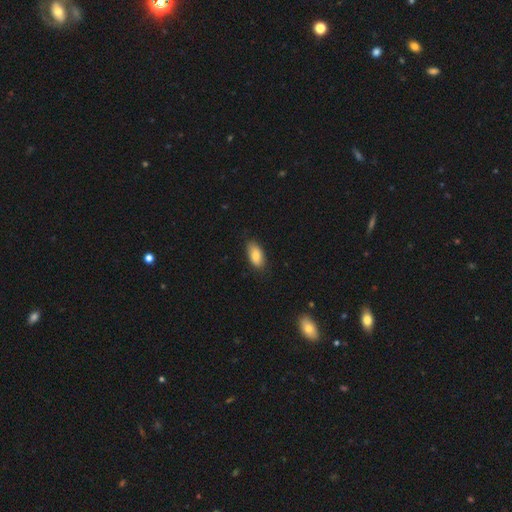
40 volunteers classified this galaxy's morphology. This is clearly a smooth galaxy (85%). How rounded: clearly in between (91%). Merging: likely none (69%).